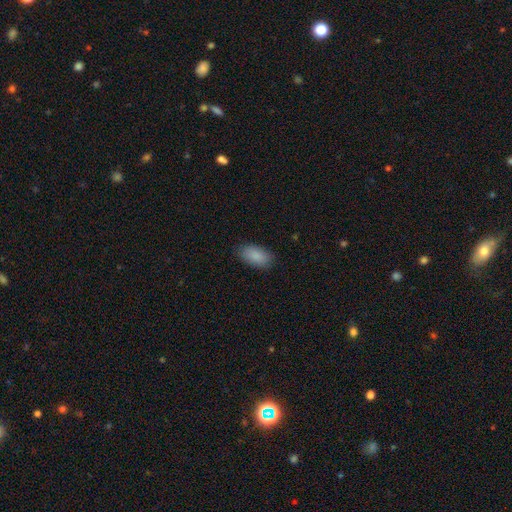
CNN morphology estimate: smooth-or-featured: smooth: 90% | star or artifact: 6% | featured or disk: 4%
  how-rounded: in between: 94% | round: 3% | cigar-shaped: 3%
  merging: none: 87% | minor disturbance: 10% | major disturbance: 2% | merger: 1%